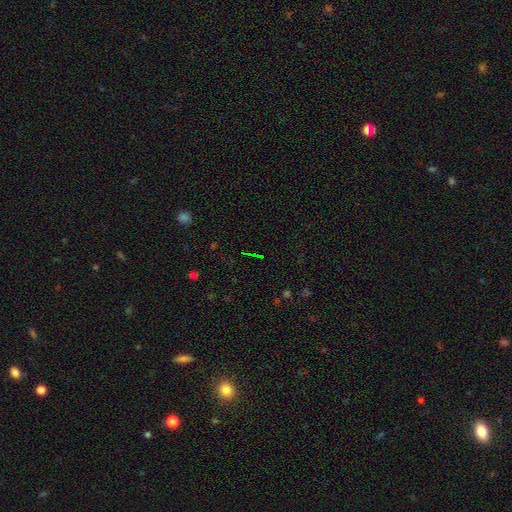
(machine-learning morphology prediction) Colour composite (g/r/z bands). It shows a star or artifact, not a galaxy (71%).